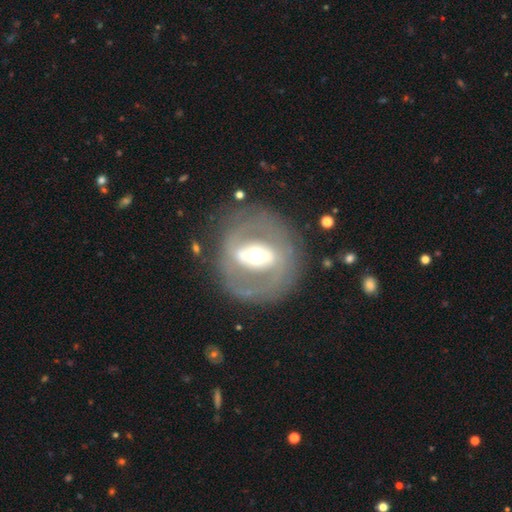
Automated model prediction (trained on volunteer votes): This is likely a featured or disk galaxy (74%). It is clearly not viewed edge-on (91%). Bar: possibly strong (59%). Spiral arm pattern: possibly no (55%). Central bulge: possibly moderate (59%). Merging: likely none (78%).